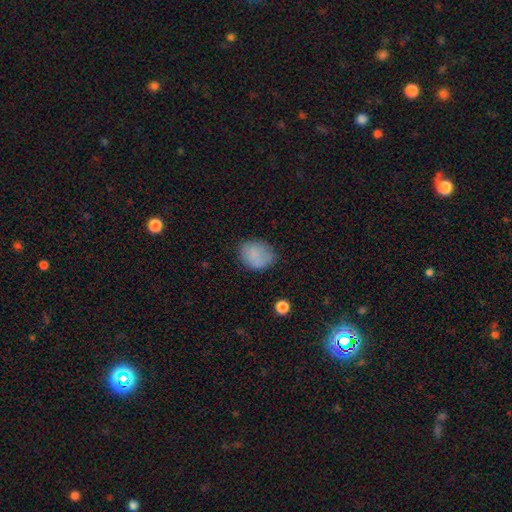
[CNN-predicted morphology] Smooth or featured? smooth (82%)
How rounded? round (56%)
Merging? none (71%)